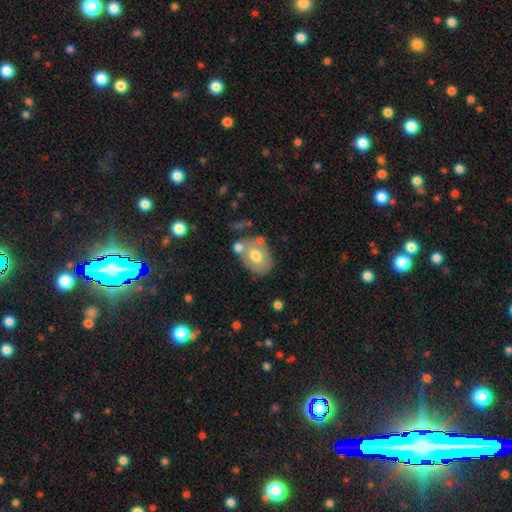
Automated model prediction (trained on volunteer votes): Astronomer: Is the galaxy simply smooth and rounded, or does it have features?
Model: smooth — 60%.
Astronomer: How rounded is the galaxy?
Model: in between — 71%.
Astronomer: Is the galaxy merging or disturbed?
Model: none — 55%.